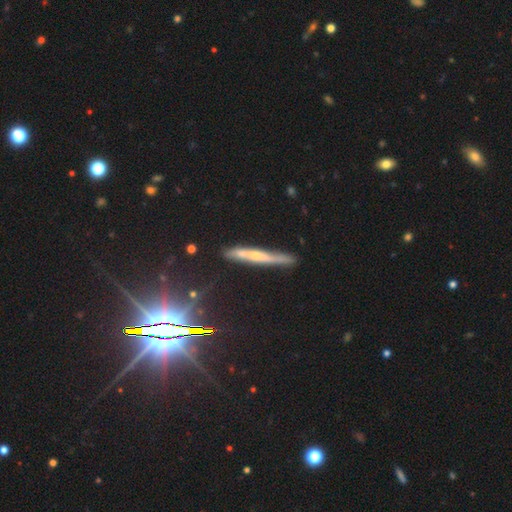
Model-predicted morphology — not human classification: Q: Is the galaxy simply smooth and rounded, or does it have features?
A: featured or disk — 51%.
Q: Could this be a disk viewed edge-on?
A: yes — 88%.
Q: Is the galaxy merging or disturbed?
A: none — 75%.